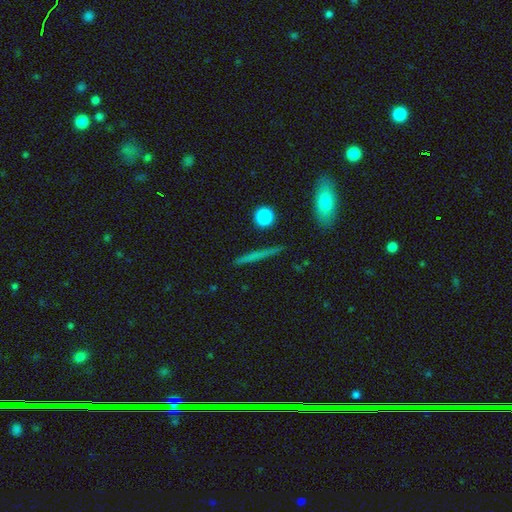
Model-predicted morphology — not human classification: Q: Smooth or featured?
A: smooth (51%); runner-up: featured or disk (38%)
Q: How rounded?
A: cigar-shaped (88%); runner-up: round (7%)
Q: Merging?
A: none (90%); runner-up: minor disturbance (7%)